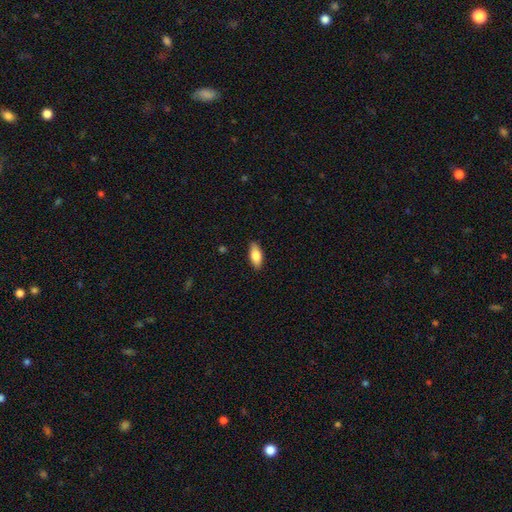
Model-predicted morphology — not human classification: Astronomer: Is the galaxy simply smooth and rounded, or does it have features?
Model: smooth — 80%.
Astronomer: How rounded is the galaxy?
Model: in between — 83%.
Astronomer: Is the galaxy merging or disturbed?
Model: none — 88%.